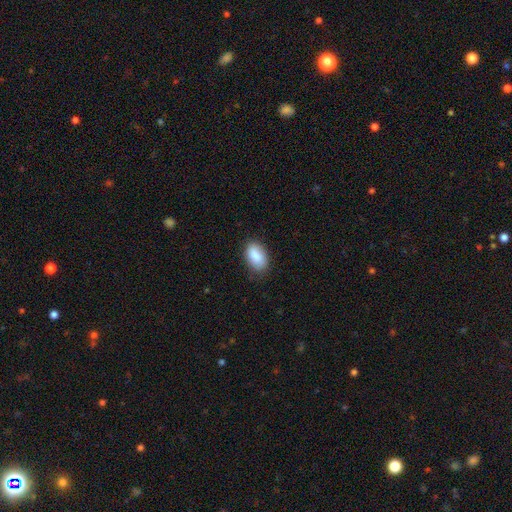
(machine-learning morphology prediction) type=smooth (88%); roundness=in between (91%); merging=none (78%).